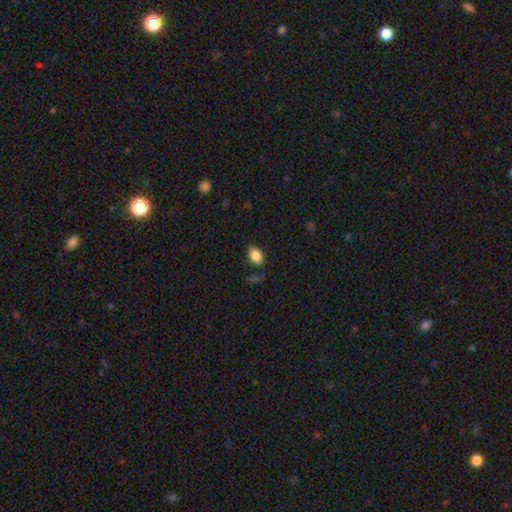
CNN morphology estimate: A smooth galaxy with no disk features (85%) that is in between round and cigar-shaped (85%).

Vote fractions:
- Smooth or featured? smooth: 85% / star or artifact: 8% / featured or disk: 6%
- How rounded? in between: 85% / round: 13% / cigar-shaped: 1%
- Merging? none: 81% / minor disturbance: 14% / major disturbance: 3% / merger: 2%